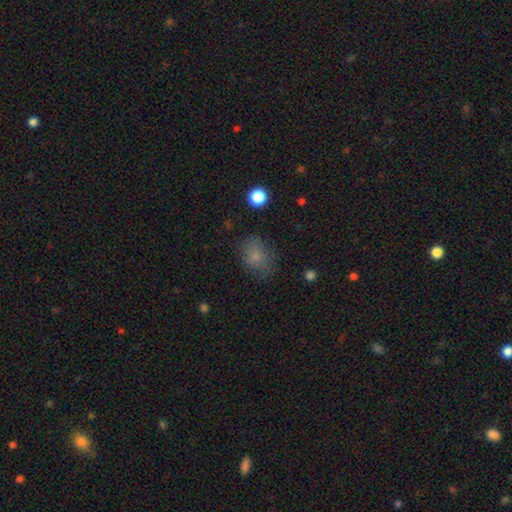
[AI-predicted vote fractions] Smooth or featured: smooth — 75% (star or artifact — 13%)
How rounded: in between — 60% (round — 39%)
Merging: none — 64% (minor disturbance — 23%)